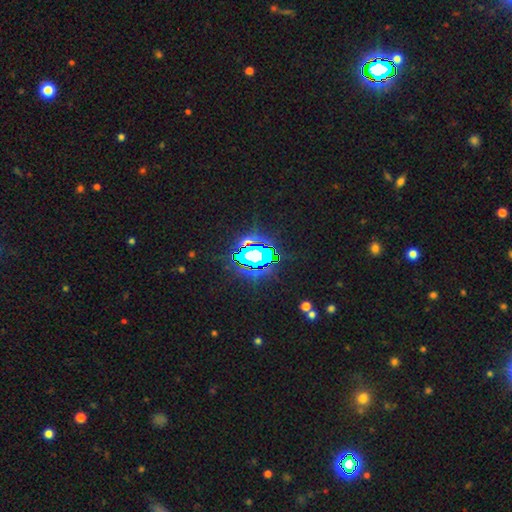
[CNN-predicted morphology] Smooth or featured? star or artifact (71%)